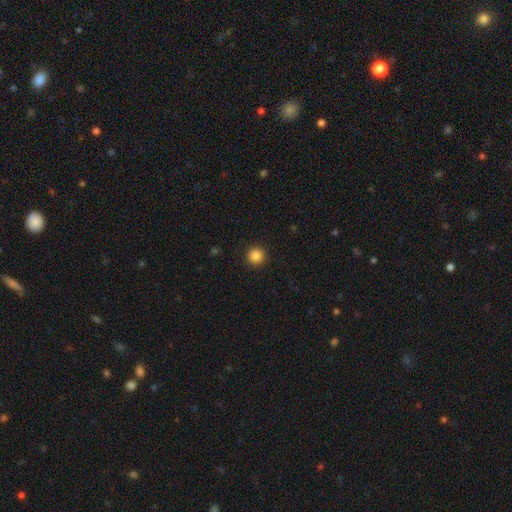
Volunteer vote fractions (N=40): Smooth or featured?
  - smooth: 85% *
  - star or artifact: 10%
  - featured or disk: 5%
How rounded?
  - round: 97% *
  - in between: 3%
  - cigar-shaped: 0%
Merging?
  - none: 89% *
  - minor disturbance: 6%
  - major disturbance: 3%
  - merger: 3%